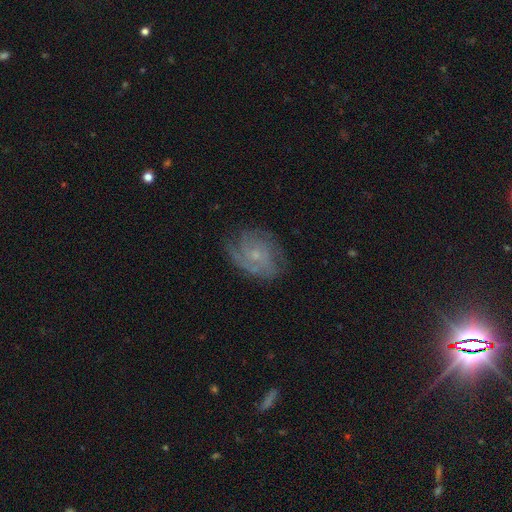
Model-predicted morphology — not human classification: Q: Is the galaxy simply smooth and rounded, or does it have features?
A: featured or disk — 76%.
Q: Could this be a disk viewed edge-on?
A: no — 97%.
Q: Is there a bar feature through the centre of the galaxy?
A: no — 76%.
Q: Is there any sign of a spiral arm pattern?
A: yes — 92%.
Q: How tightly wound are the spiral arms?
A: tight — 50%.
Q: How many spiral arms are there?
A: can't tell — 33%.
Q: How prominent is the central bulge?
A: small — 74%.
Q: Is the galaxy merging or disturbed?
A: none — 70%.